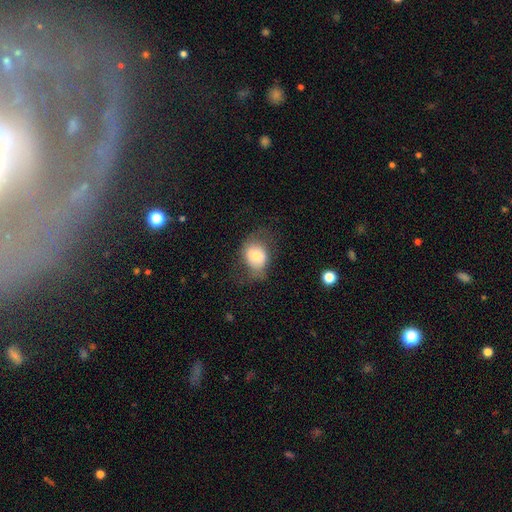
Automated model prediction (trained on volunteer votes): Smooth or featured?
  - smooth: 66% *
  - featured or disk: 26%
  - star or artifact: 8%
How rounded?
  - in between: 52% *
  - round: 47%
  - cigar-shaped: 1%
Merging?
  - none: 51% *
  - minor disturbance: 28%
  - major disturbance: 20%
  - merger: 2%